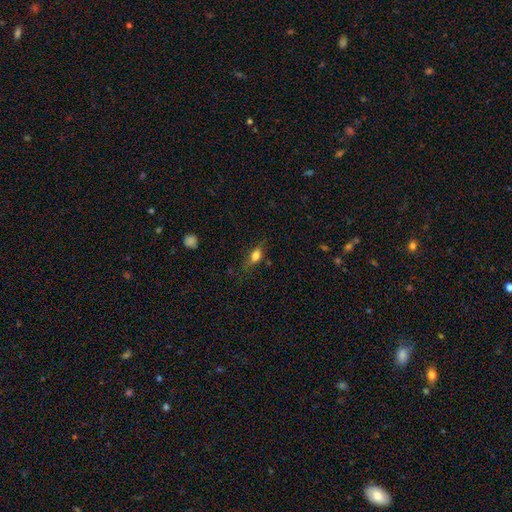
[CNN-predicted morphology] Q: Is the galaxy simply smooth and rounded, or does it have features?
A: smooth — 75%.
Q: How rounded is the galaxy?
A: in between — 74%.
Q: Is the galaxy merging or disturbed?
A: none — 66%.